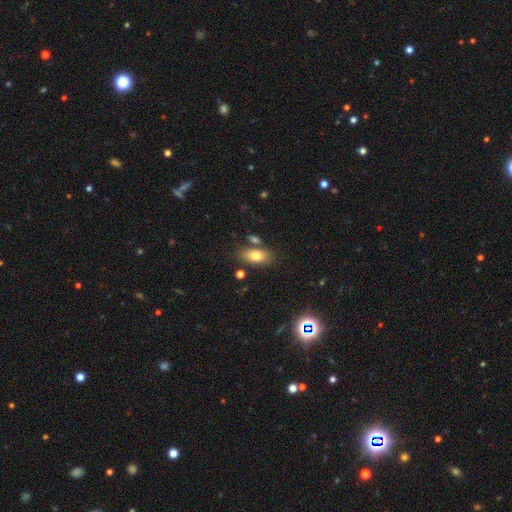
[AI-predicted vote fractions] A smooth galaxy with no disk features (76%) that is in between round and cigar-shaped (87%). Merging: none (73%).